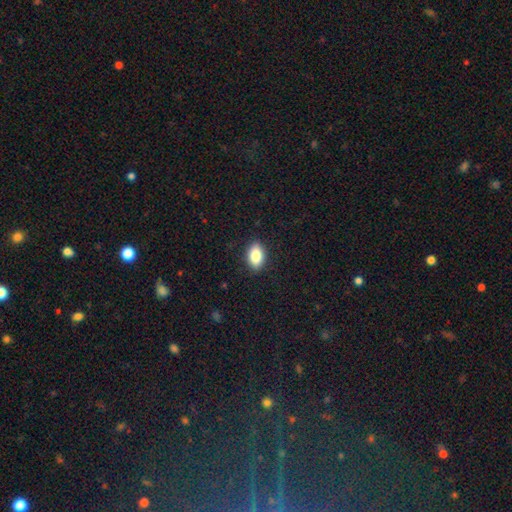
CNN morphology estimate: This appears to be a smooth galaxy with no disk features (85%) that is in between round and cigar-shaped (89%). Merging: none (89%).